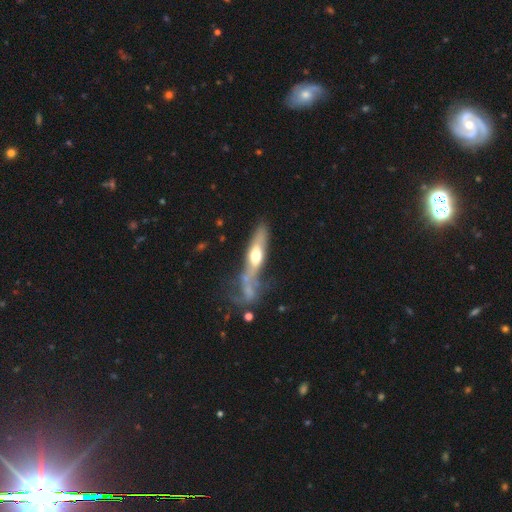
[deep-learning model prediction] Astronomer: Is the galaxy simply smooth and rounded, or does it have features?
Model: featured or disk — 50% (runner-up: smooth, 44%).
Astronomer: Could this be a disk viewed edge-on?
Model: yes — 66%.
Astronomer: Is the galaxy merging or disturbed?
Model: none — 42% (runner-up: minor disturbance, 21%).